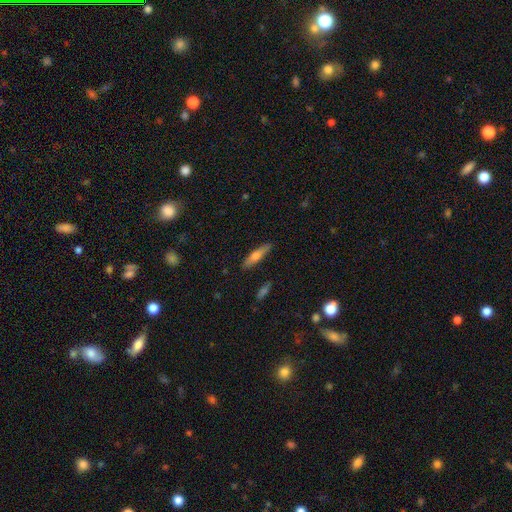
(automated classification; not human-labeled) Smooth or featured? Predicted: smooth (p=0.54). How rounded? Predicted: cigar-shaped (p=0.76). Merging? Predicted: none (p=0.87).